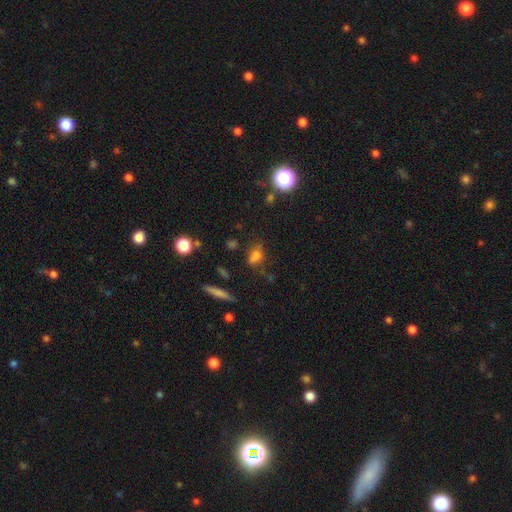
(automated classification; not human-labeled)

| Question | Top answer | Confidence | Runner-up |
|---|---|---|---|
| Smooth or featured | smooth | 71% | star or artifact (17%) |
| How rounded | in between | 72% | round (19%) |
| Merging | none | 61% | minor disturbance (23%) |